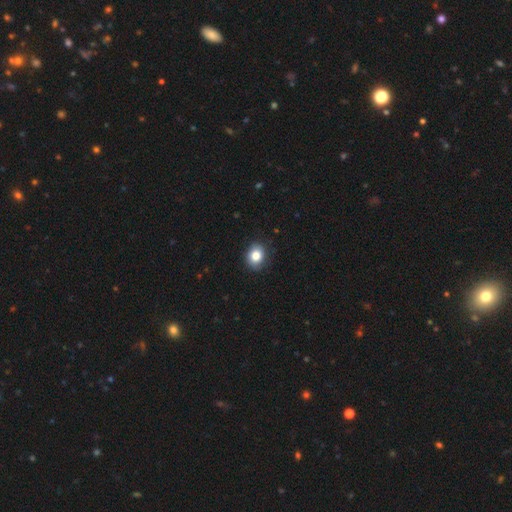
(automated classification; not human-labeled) Q: Smooth or featured?
A: smooth (83%); runner-up: star or artifact (10%)
Q: How rounded?
A: round (61%); runner-up: in between (38%)
Q: Merging?
A: none (86%); runner-up: minor disturbance (11%)